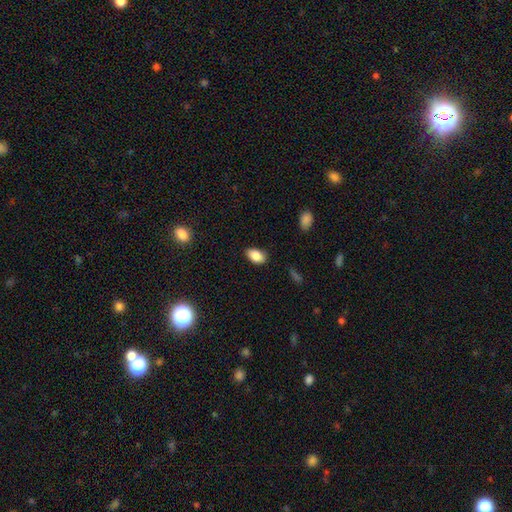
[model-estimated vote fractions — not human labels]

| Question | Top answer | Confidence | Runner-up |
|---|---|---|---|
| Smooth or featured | smooth | 86% | star or artifact (8%) |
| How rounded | in between | 90% | round (9%) |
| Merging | none | 80% | minor disturbance (16%) |